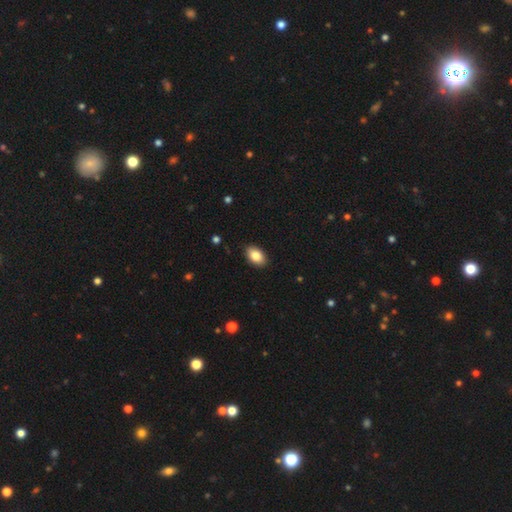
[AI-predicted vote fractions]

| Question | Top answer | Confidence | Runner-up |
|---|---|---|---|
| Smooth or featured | smooth | 85% | featured or disk (8%) |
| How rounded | in between | 91% | round (8%) |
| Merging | none | 89% | minor disturbance (8%) |